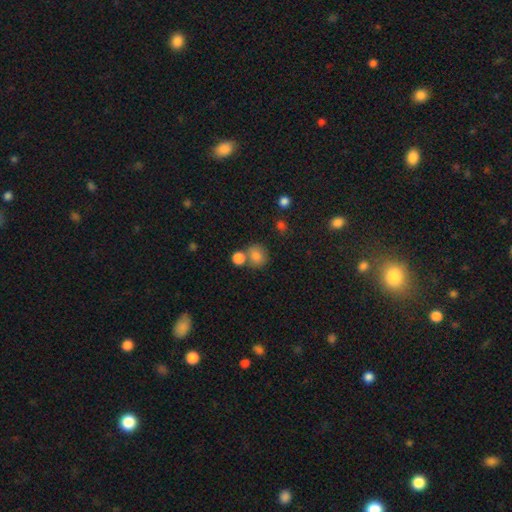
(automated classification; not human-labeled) Overall: smooth (81%). How rounded: round (80%). Merging: none (61%; merger 26%).